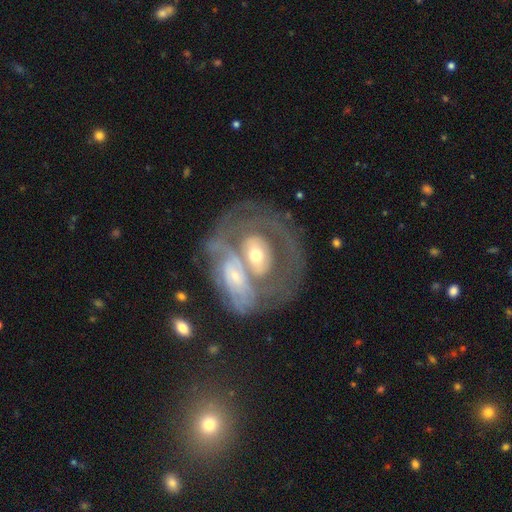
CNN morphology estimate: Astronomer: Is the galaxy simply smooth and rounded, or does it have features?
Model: featured or disk — 76%.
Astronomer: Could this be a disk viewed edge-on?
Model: no — 95%.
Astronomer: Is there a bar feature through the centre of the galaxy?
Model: no — 63%.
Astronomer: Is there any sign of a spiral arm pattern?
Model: yes — 64%.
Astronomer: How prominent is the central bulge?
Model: moderate — 47% (runner-up: small, 44%).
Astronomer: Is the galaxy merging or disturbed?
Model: merger — 58%.